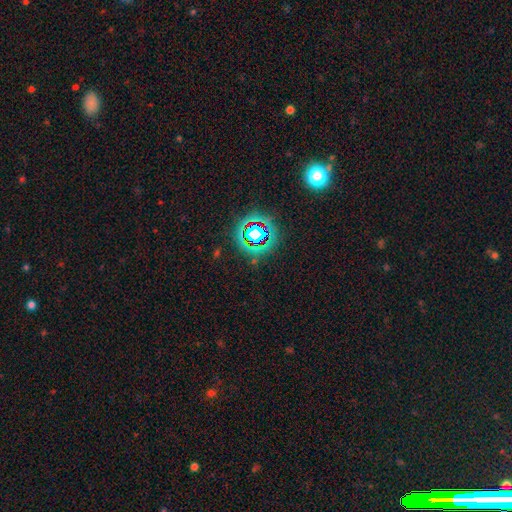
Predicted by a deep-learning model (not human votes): This is likely a star or artifact rather than a galaxy (76%).